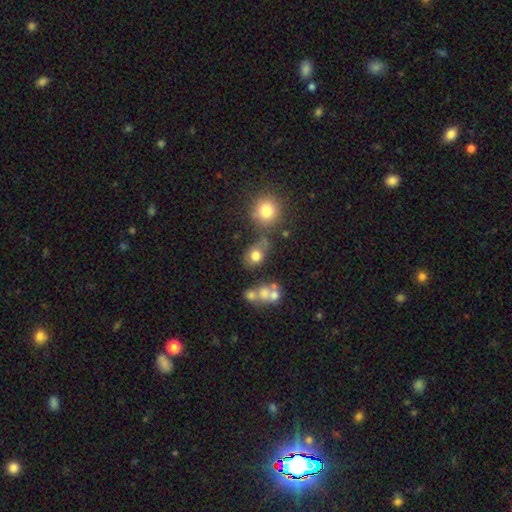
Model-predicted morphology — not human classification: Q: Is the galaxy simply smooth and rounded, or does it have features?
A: smooth — 73%.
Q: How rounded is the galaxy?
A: round — 50%.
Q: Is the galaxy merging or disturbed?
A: none — 50%.